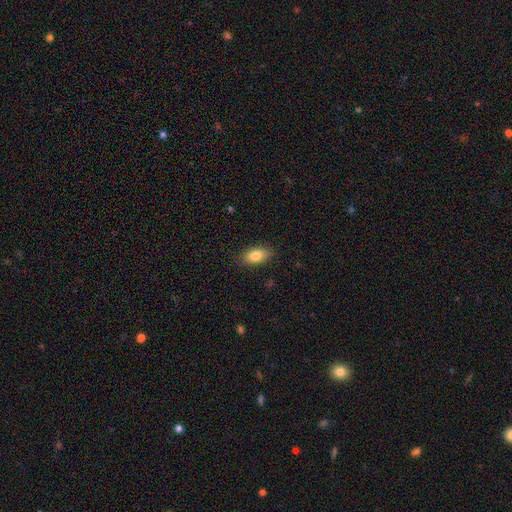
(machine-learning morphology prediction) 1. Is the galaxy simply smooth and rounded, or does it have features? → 82% smooth, 10% featured or disk, 8% star or artifact.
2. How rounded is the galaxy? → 89% in between, 6% round, 5% cigar-shaped.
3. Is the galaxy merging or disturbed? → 86% none, 10% minor disturbance, 2% major disturbance, 1% merger.